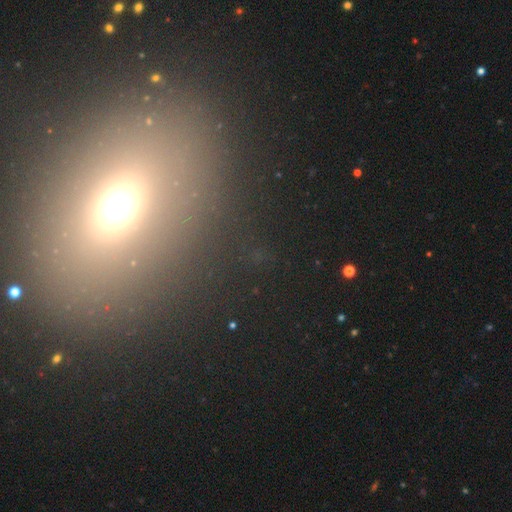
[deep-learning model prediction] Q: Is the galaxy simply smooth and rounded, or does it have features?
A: smooth — 47%.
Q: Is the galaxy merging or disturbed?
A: none — 83%.